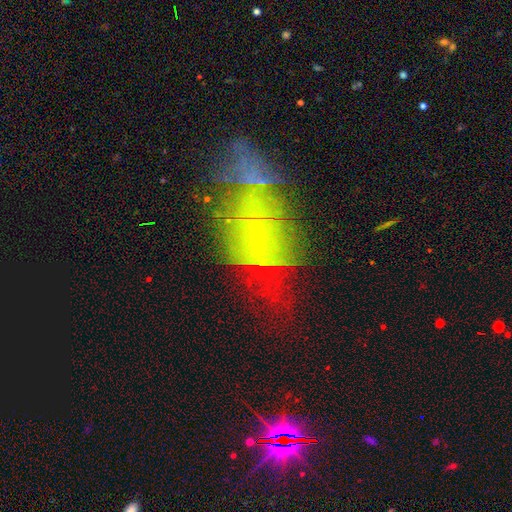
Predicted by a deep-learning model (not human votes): This is marginally a featured or disk galaxy (39%). Merging: possibly none (59%).